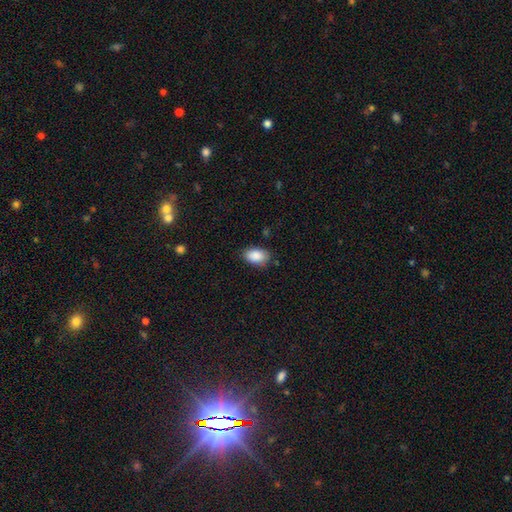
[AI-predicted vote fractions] Smooth or featured? smooth (89%)
How rounded? in between (91%)
Merging? none (81%)